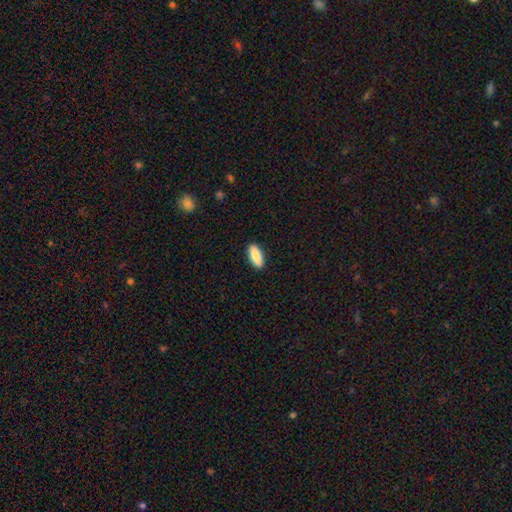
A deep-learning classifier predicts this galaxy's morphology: Smooth or featured: smooth — 88% (featured or disk — 6%)
How rounded: in between — 73% (cigar-shaped — 25%)
Merging: none — 91% (minor disturbance — 7%)